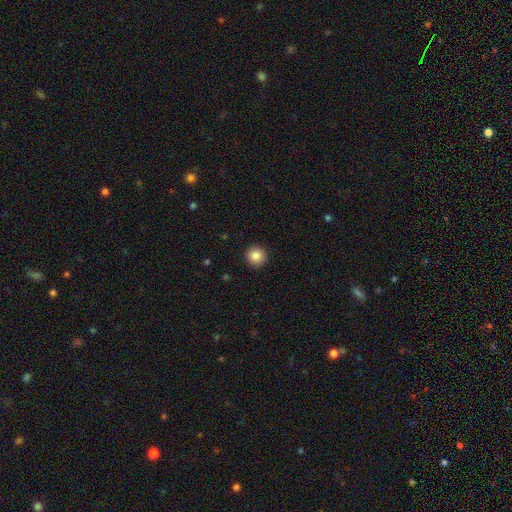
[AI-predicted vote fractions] Smooth or featured: smooth — 86% (star or artifact — 9%)
How rounded: round — 95% (in between — 4%)
Merging: none — 92% (minor disturbance — 5%)